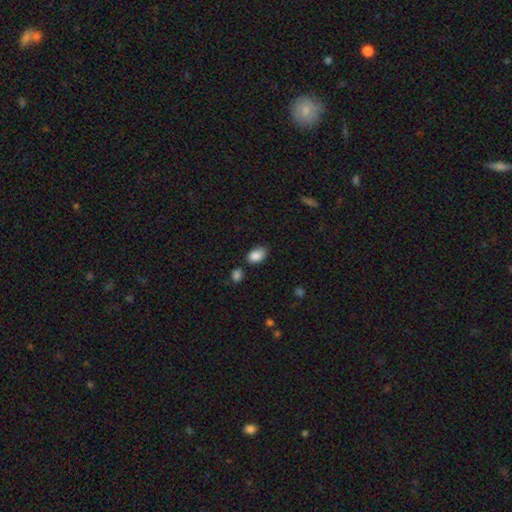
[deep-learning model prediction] smooth 88%, star or artifact 8%, featured or disk 5%. Down the decision tree: how rounded — in between (90%); merging — none (72%).